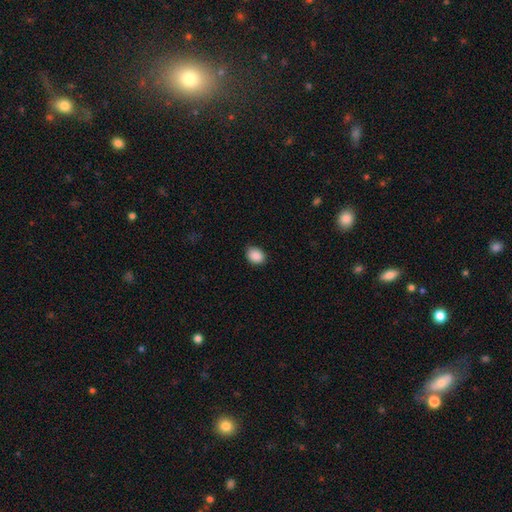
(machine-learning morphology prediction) Q: Smooth or featured?
A: smooth (89%); runner-up: star or artifact (8%)
Q: How rounded?
A: in between (59%); runner-up: round (40%)
Q: Merging?
A: none (84%); runner-up: minor disturbance (13%)